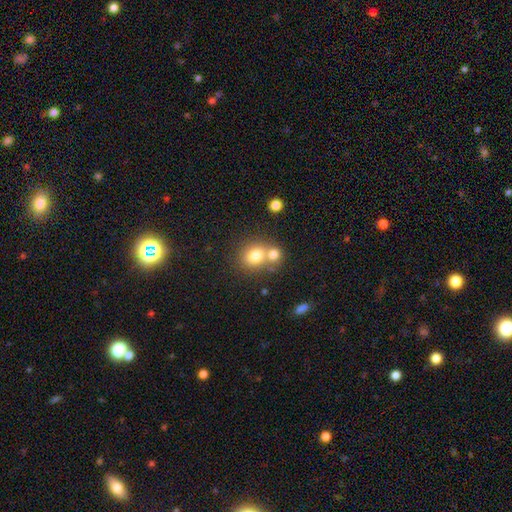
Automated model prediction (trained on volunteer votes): Smooth or featured?
  - smooth: 77% *
  - featured or disk: 12%
  - star or artifact: 12%
How rounded?
  - round: 72% *
  - in between: 27%
  - cigar-shaped: 1%
Merging?
  - merger: 45% *
  - none: 44%
  - minor disturbance: 7%
  - major disturbance: 3%